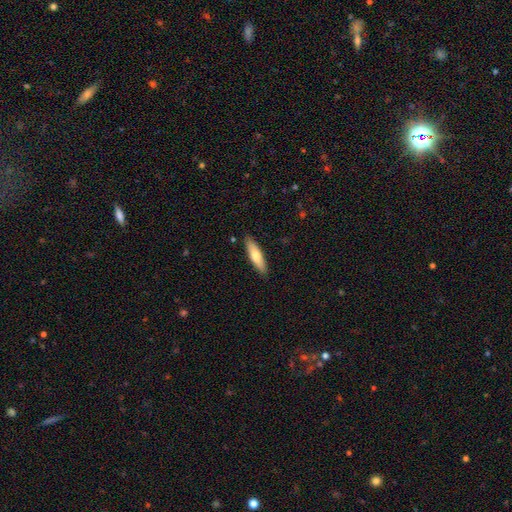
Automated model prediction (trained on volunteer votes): smooth 69%, featured or disk 25%, star or artifact 5%. Down the decision tree: how rounded — cigar-shaped (66%); merging — none (88%).